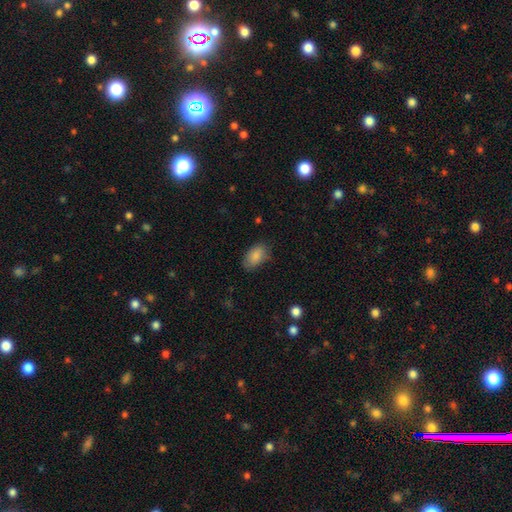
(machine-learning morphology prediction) smooth 86%, featured or disk 7%, star or artifact 7%. Down the decision tree: how rounded — in between (91%); merging — none (75%).